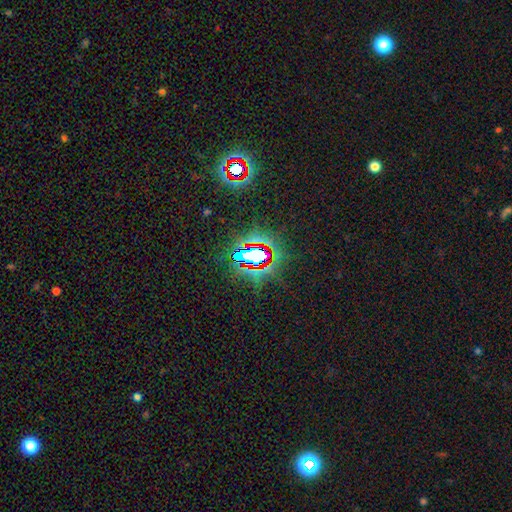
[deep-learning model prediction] Morphology: type=star or artifact (74%).